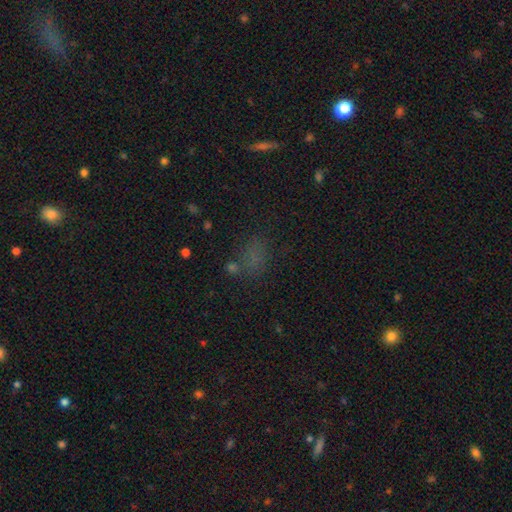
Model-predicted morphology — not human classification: Smooth or featured? smooth (55%)
How rounded? in between (64%)
Merging? none (61%)